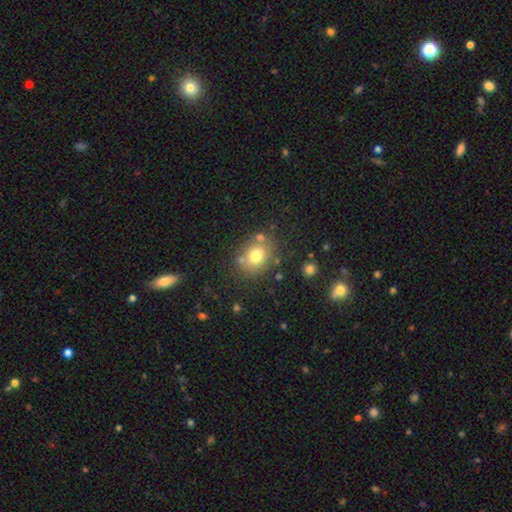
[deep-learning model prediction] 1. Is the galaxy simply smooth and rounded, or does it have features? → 75% smooth, 13% star or artifact, 13% featured or disk.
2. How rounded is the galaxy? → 58% round, 41% in between, 1% cigar-shaped.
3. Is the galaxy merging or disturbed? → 73% none, 13% minor disturbance, 10% merger, 5% major disturbance.